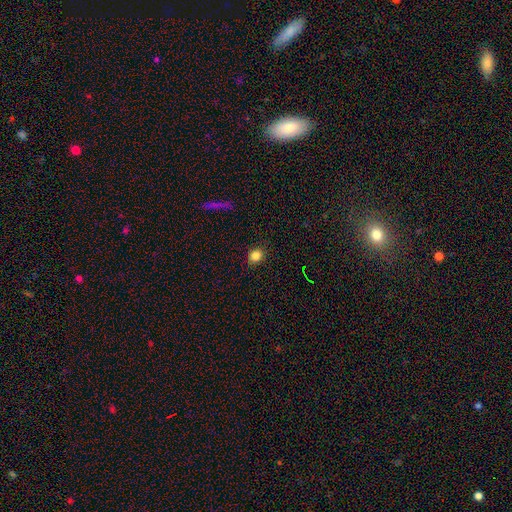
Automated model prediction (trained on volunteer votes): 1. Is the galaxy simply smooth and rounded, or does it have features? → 83% smooth, 11% star or artifact, 6% featured or disk.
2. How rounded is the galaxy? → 67% round, 31% in between, 1% cigar-shaped.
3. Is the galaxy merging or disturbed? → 88% none, 9% minor disturbance, 2% major disturbance, 1% merger.